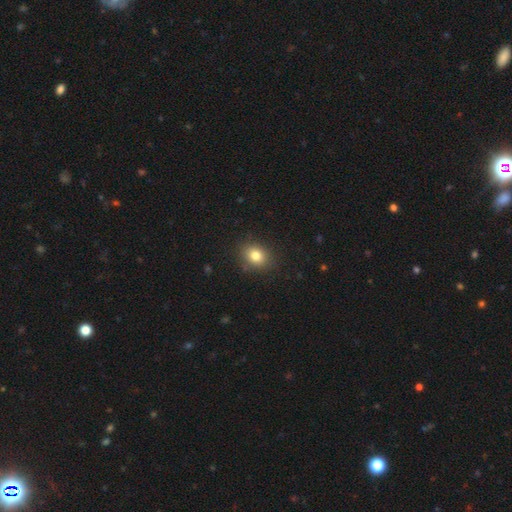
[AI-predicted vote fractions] Smooth or featured? smooth (81%)
How rounded? round (57%)
Merging? none (86%)